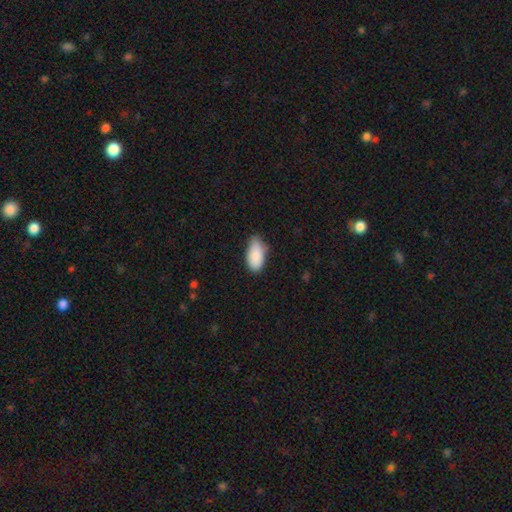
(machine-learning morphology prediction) Q: Smooth or featured?
A: smooth (89%); runner-up: star or artifact (6%)
Q: How rounded?
A: in between (92%); runner-up: cigar-shaped (5%)
Q: Merging?
A: none (65%); runner-up: minor disturbance (30%)